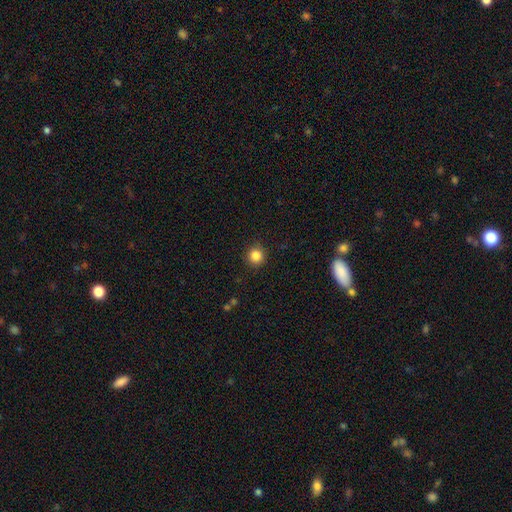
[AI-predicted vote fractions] Overall: smooth (85%). How rounded: round (94%). Merging: none (91%).